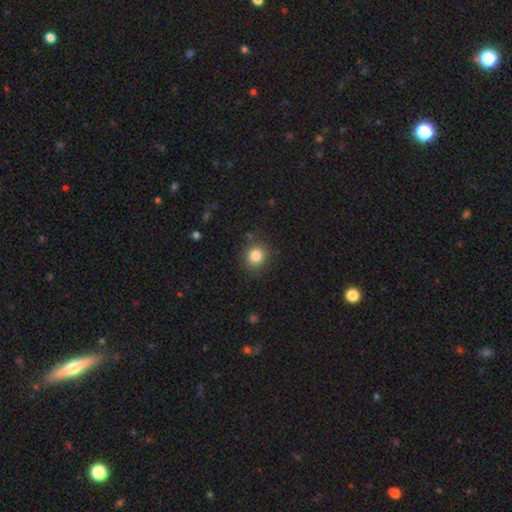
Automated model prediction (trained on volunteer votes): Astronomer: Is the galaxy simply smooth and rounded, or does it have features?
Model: smooth — 84%.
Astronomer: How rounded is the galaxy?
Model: round — 90%.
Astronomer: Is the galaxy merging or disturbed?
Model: none — 87%.